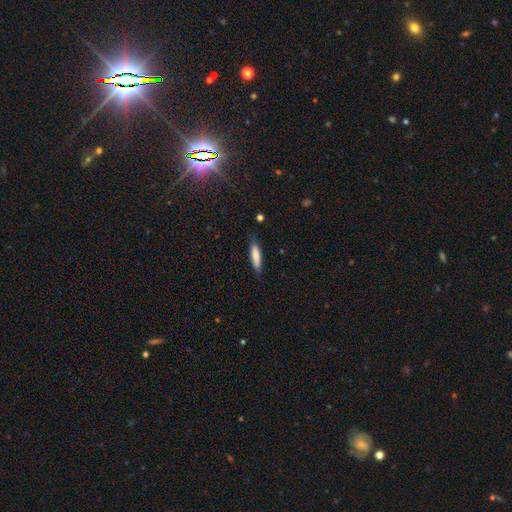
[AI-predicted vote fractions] Smooth or featured? smooth (78%)
How rounded? cigar-shaped (75%)
Merging? none (80%)